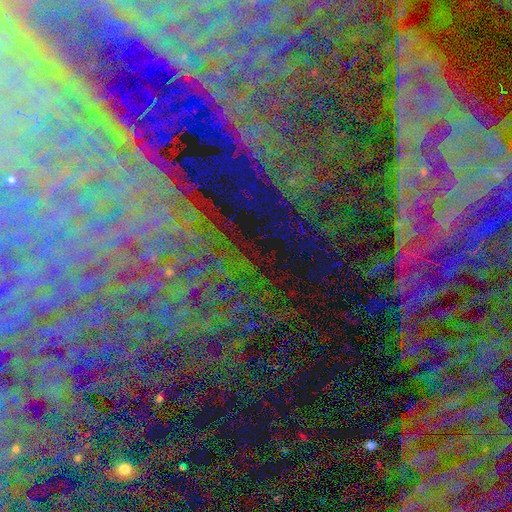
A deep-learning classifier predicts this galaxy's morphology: smooth-or-featured: star or artifact: 80% | smooth: 11% | featured or disk: 10%